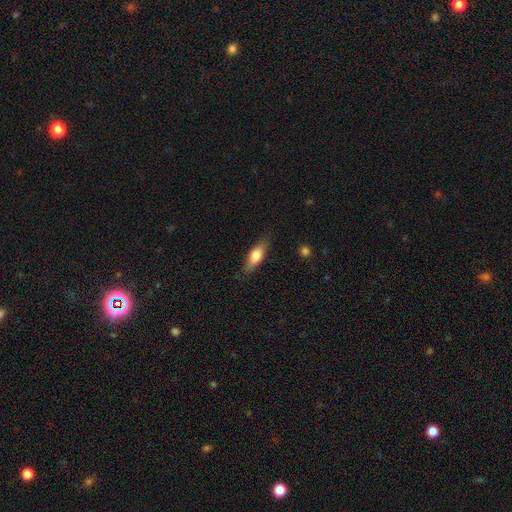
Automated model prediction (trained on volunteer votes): Overall: smooth (66%; featured or disk 28%). How rounded: in between (53%; cigar-shaped 44%). Merging: none (81%).